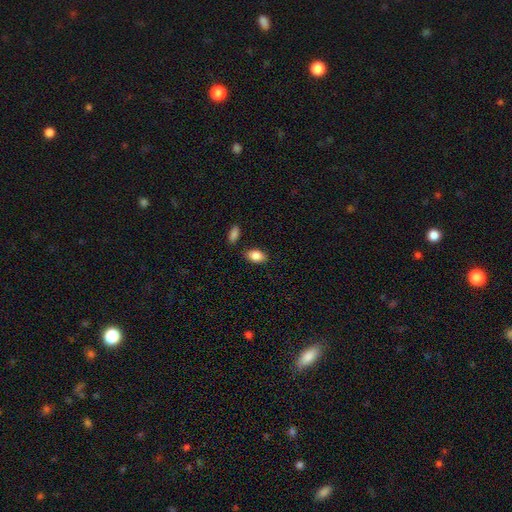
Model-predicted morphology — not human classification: type=smooth (85%); roundness=in between (91%); merging=none (82%).